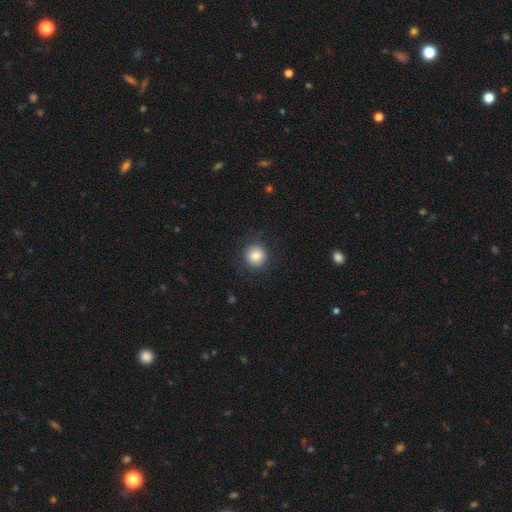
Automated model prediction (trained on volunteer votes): Morphology: type=smooth (82%); roundness=round (93%); merging=none (87%).